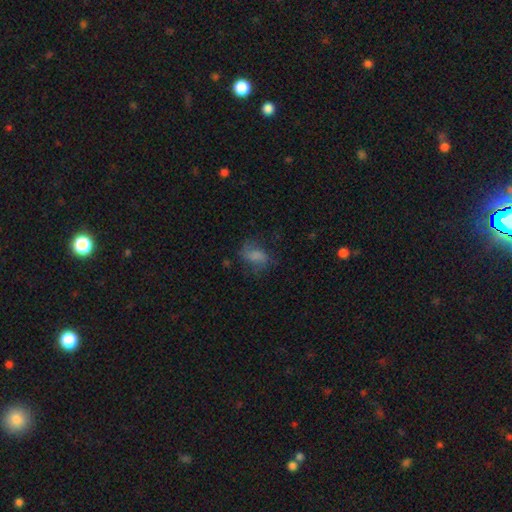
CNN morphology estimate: The model was most divided on "smooth or featured": smooth: 56%, featured or disk: 32%, star or artifact: 12%. More confident: how rounded — in between (77%); merging — none (52%).